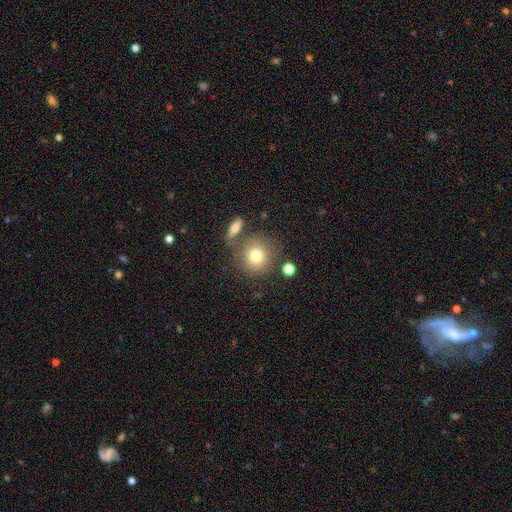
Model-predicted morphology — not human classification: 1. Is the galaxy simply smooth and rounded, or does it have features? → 76% smooth, 13% featured or disk, 11% star or artifact.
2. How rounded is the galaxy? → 90% round, 9% in between, 1% cigar-shaped.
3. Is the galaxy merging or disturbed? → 73% none, 12% merger, 11% minor disturbance, 5% major disturbance.